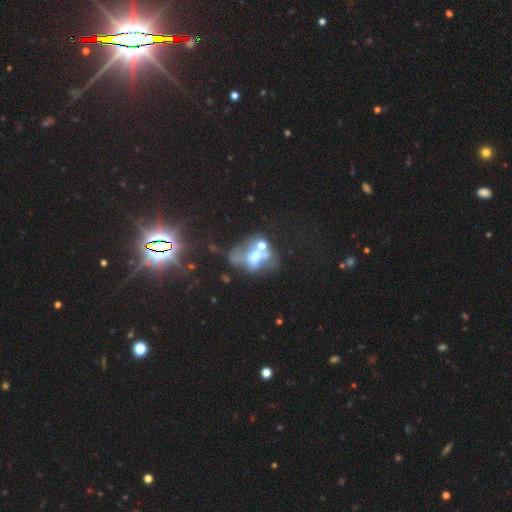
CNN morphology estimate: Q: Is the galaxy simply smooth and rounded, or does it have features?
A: featured or disk — 53%.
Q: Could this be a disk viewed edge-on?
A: no — 95%.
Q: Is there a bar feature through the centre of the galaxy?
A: no — 82%.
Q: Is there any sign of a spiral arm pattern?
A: no — 89%.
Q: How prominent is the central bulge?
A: moderate — 58%.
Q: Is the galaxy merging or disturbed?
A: merger — 55%.